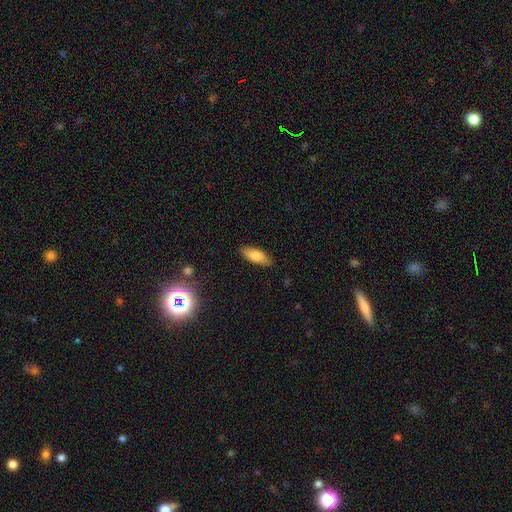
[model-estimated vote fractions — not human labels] A smooth galaxy with no disk features (81%) that is in between round and cigar-shaped (70%). Merging: none (85%).